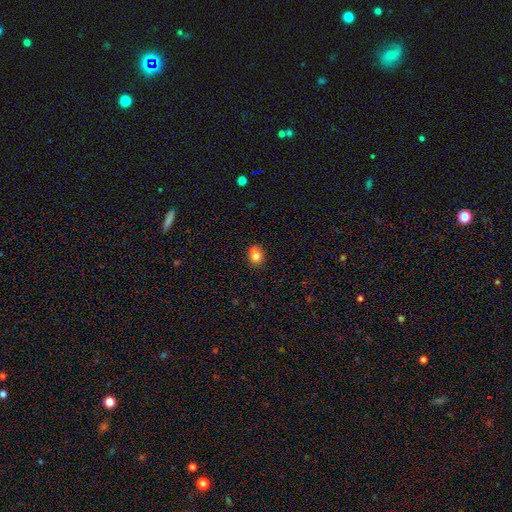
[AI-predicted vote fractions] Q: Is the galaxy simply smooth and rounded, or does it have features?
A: smooth — 77%.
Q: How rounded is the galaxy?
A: round — 53%.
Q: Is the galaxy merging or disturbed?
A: none — 54%.